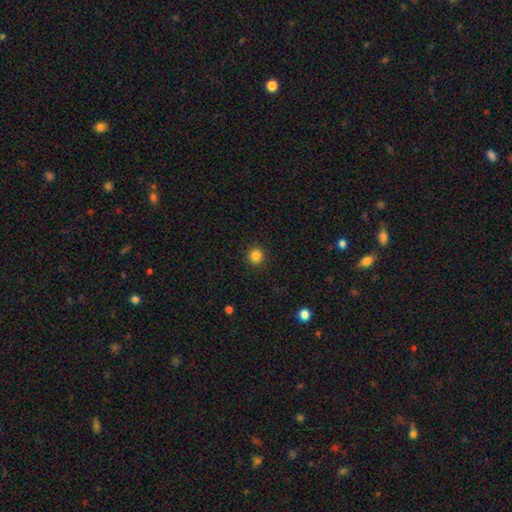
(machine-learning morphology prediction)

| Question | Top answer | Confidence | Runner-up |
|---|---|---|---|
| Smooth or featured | smooth | 84% | star or artifact (12%) |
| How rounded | round | 94% | in between (5%) |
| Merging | none | 92% | minor disturbance (5%) |